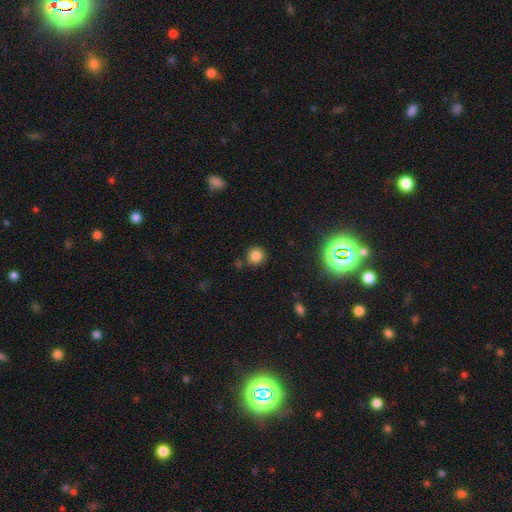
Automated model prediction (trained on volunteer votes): Smooth or featured? smooth (81%)
How rounded? round (92%)
Merging? none (84%)